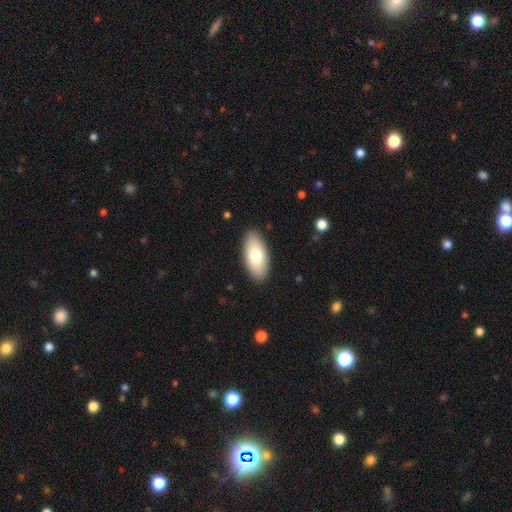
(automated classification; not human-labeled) Smooth or featured? Predicted: smooth (p=0.78). How rounded? Predicted: in between (p=0.91). Merging? Predicted: none (p=0.89).